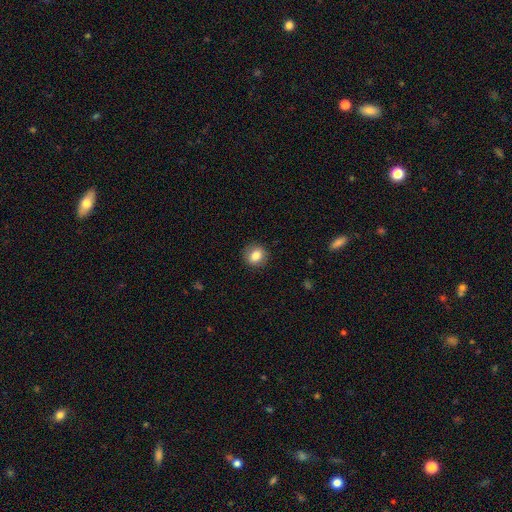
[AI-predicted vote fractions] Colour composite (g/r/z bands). It shows a smooth galaxy with no disk features (81%) that is round (75%). Merging: none (89%).